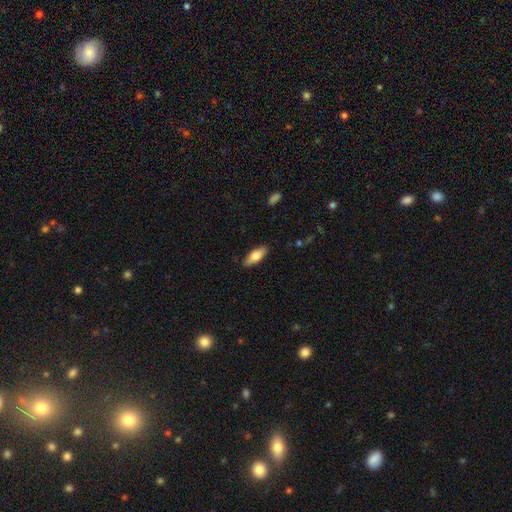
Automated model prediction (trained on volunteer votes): smooth_or_featured: smooth (p=0.71) [alt: featured or disk p=0.23]
how_rounded: in between (p=0.70) [alt: cigar-shaped p=0.28]
merging: none (p=0.87) [alt: minor disturbance p=0.10]